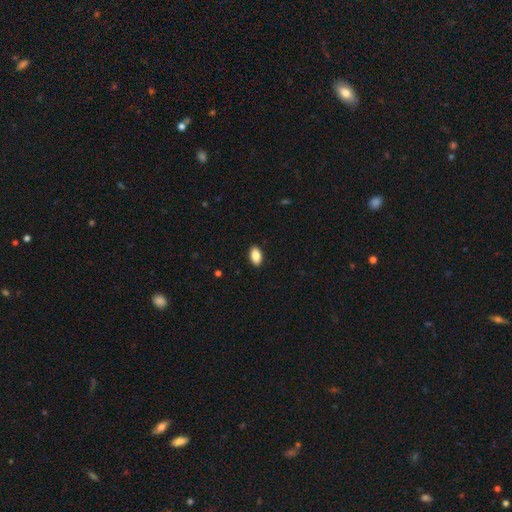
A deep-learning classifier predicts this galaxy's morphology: The model was most divided on "smooth or featured": smooth: 87%, star or artifact: 7%, featured or disk: 5%. More confident: how rounded — in between (93%); merging — none (90%).